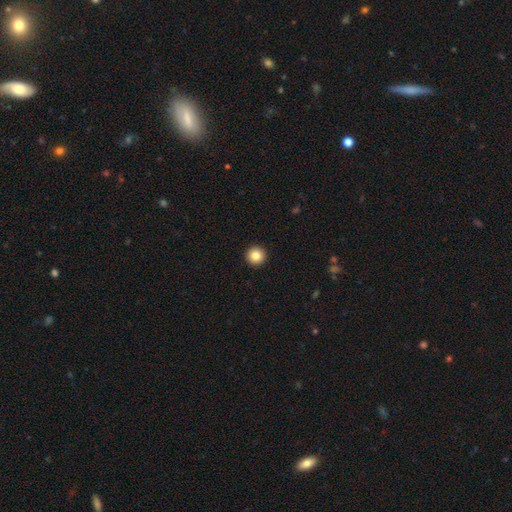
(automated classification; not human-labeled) smooth 84%, star or artifact 10%, featured or disk 6%. Down the decision tree: how rounded — round (96%); merging — none (94%).